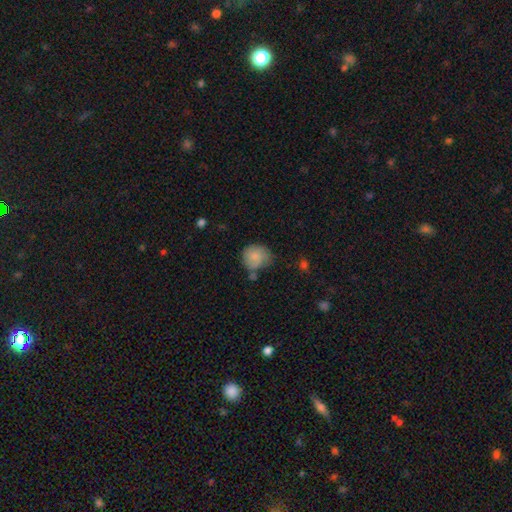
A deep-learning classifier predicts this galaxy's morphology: Q: Smooth or featured?
A: smooth (79%); runner-up: featured or disk (13%)
Q: How rounded?
A: round (79%); runner-up: in between (20%)
Q: Merging?
A: none (50%); runner-up: minor disturbance (32%)